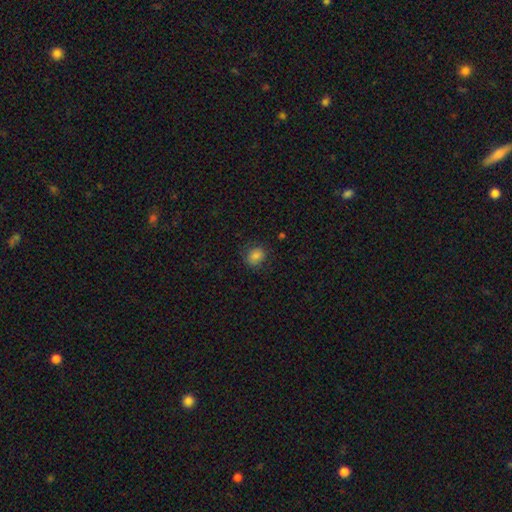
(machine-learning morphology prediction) Overall: smooth (84%). How rounded: round (61%; in between 38%). Merging: none (80%).